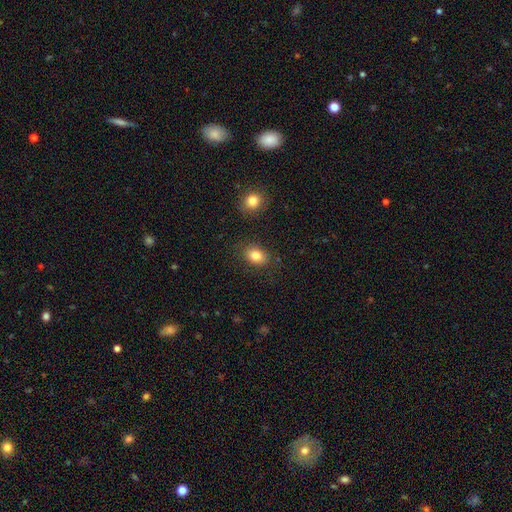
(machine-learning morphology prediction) smooth-or-featured: smooth: 84% | star or artifact: 9% | featured or disk: 7%
  how-rounded: in between: 69% | round: 30% | cigar-shaped: 1%
  merging: none: 83% | minor disturbance: 11% | major disturbance: 3% | merger: 3%